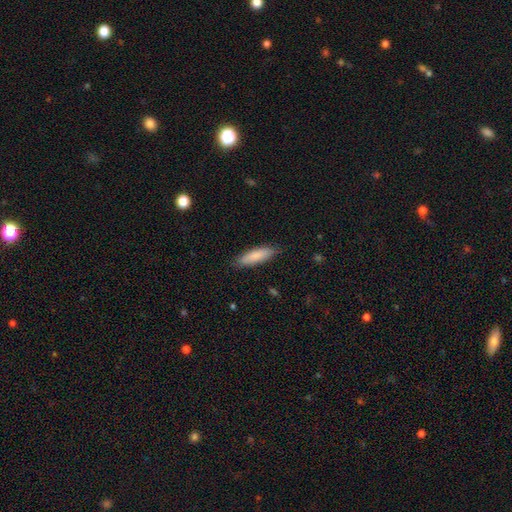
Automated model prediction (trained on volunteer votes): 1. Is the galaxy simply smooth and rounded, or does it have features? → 84% smooth, 10% featured or disk, 6% star or artifact.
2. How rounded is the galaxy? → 59% cigar-shaped, 40% in between, 1% round.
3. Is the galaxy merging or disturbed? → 85% none, 12% minor disturbance, 2% major disturbance, 1% merger.